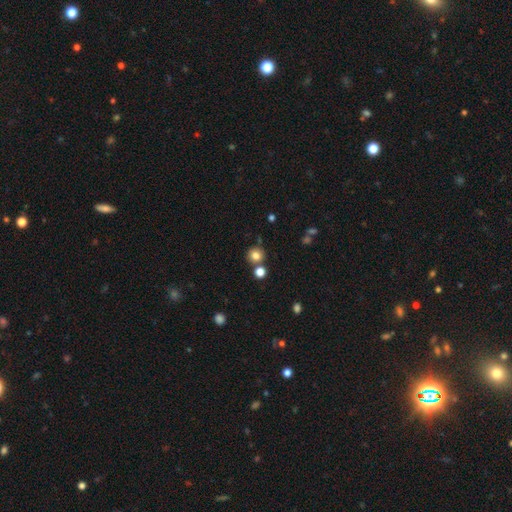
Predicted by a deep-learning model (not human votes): Smooth or featured? Predicted: smooth (p=0.80). How rounded? Predicted: round (p=0.91). Merging? Predicted: none (p=0.76).